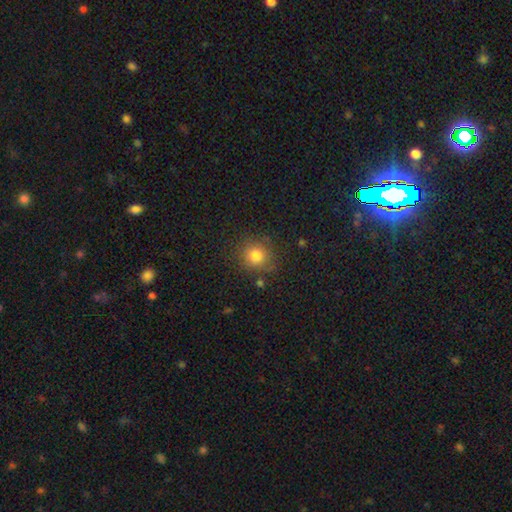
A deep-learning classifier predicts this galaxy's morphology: This appears to be a smooth galaxy with no disk features (81%) that is round (86%). Merging: none (81%).